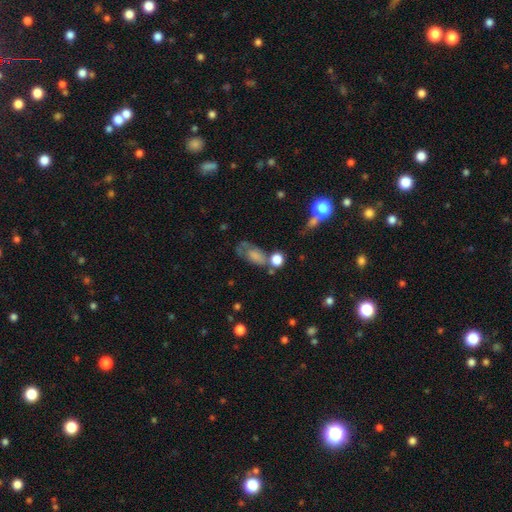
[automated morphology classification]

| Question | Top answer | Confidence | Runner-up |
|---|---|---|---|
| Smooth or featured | smooth | 59% | featured or disk (28%) |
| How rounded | in between | 83% | round (12%) |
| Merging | none | 34% | major disturbance (26%) |